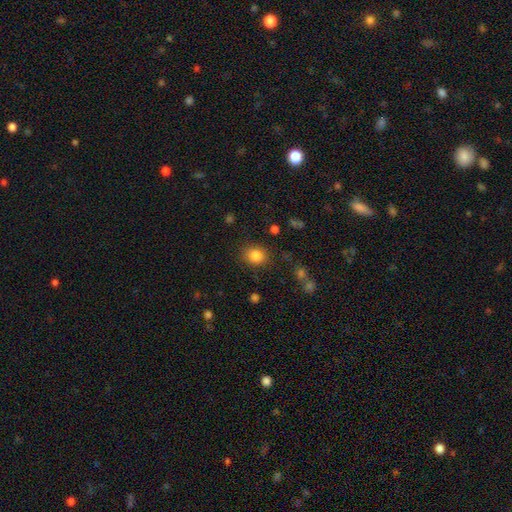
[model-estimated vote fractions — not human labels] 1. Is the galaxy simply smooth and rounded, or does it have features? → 84% smooth, 11% star or artifact, 5% featured or disk.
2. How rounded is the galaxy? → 73% round, 26% in between, 1% cigar-shaped.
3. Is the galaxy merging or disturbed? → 84% none, 10% minor disturbance, 4% major disturbance, 2% merger.